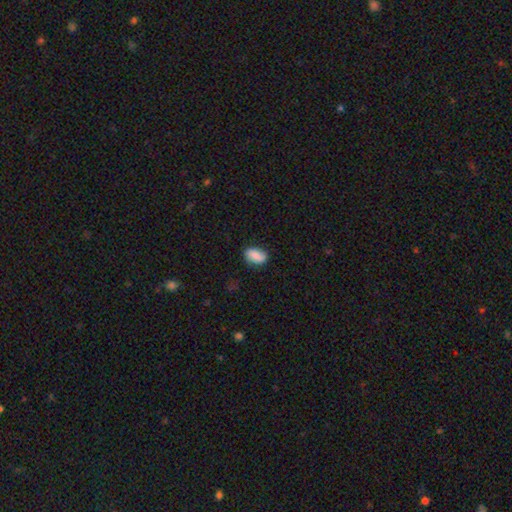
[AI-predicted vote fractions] A smooth galaxy with no disk features (84%) that is in between round and cigar-shaped (90%). Merging: none (76%).